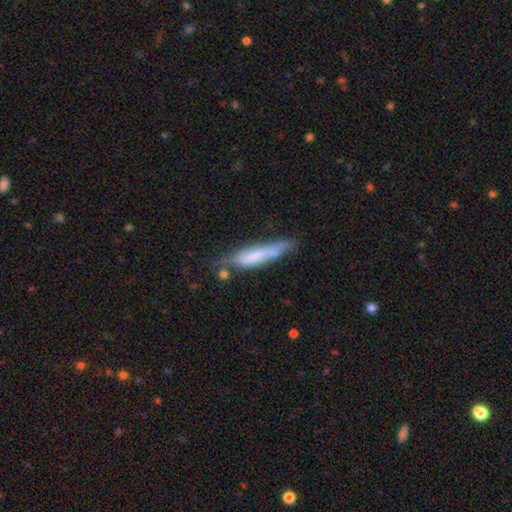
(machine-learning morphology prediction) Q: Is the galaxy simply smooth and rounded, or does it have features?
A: smooth — 55%.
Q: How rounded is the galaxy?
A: cigar-shaped — 84%.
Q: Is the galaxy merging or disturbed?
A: none — 48%.